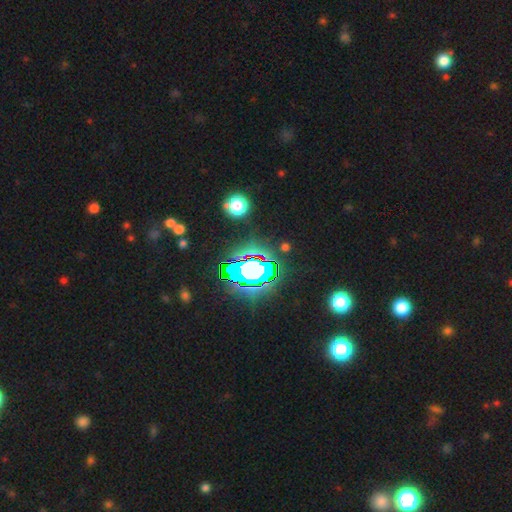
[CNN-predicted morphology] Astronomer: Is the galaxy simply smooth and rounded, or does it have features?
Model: star or artifact — 82%.